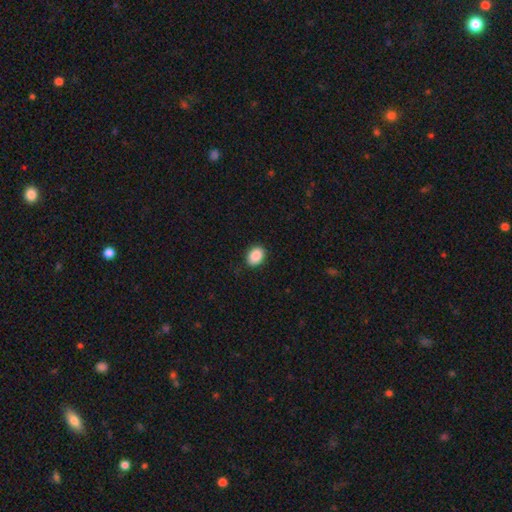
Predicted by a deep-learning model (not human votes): Smooth or featured: smooth — 90% (star or artifact — 7%)
How rounded: in between — 75% (round — 24%)
Merging: none — 88% (minor disturbance — 9%)